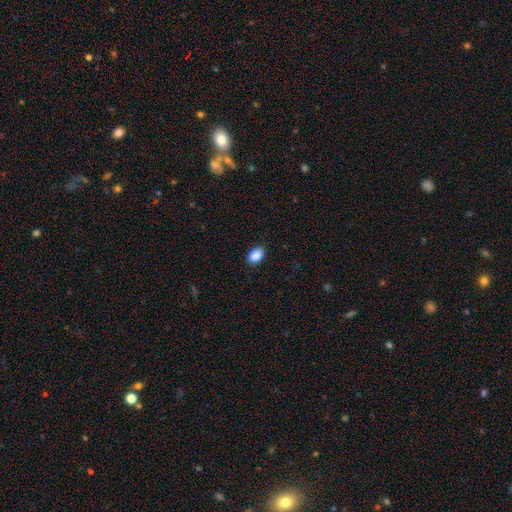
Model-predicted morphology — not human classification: A smooth galaxy with no disk features (88%) that is in between round and cigar-shaped (80%).

Vote fractions:
- Smooth or featured? smooth: 88% / star or artifact: 8% / featured or disk: 3%
- How rounded? in between: 80% / round: 18% / cigar-shaped: 1%
- Merging? none: 82% / minor disturbance: 15% / major disturbance: 3% / merger: 1%